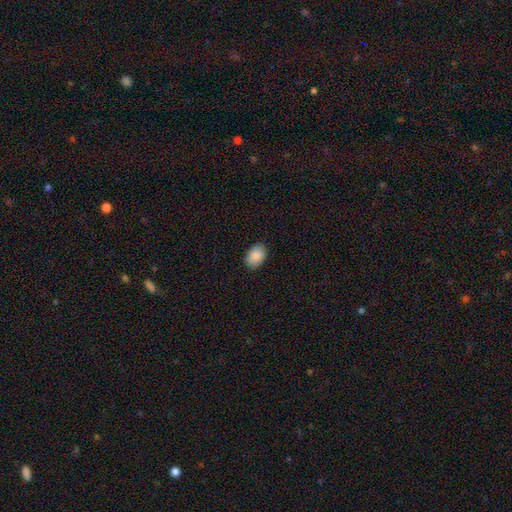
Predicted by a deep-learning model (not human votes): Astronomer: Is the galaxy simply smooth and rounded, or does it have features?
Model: smooth — 90%.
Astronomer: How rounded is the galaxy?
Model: in between — 85%.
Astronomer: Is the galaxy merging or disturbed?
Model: none — 88%.